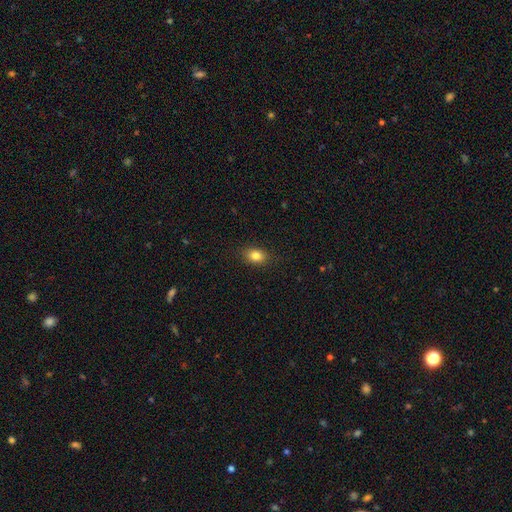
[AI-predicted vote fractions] Smooth or featured: smooth — 83% (star or artifact — 10%)
How rounded: in between — 71% (round — 27%)
Merging: none — 88% (minor disturbance — 9%)